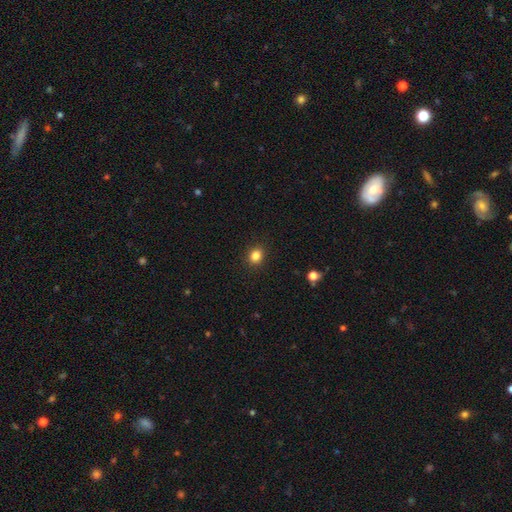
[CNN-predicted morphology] Q: Smooth or featured?
A: smooth (83%); runner-up: star or artifact (12%)
Q: How rounded?
A: round (69%); runner-up: in between (30%)
Q: Merging?
A: none (91%); runner-up: minor disturbance (6%)